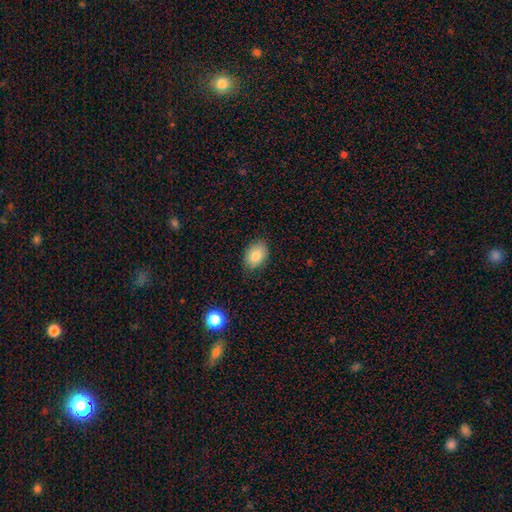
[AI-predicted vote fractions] This appears to be a smooth galaxy with no disk features (82%) that is in between round and cigar-shaped (81%). Merging: none (83%).